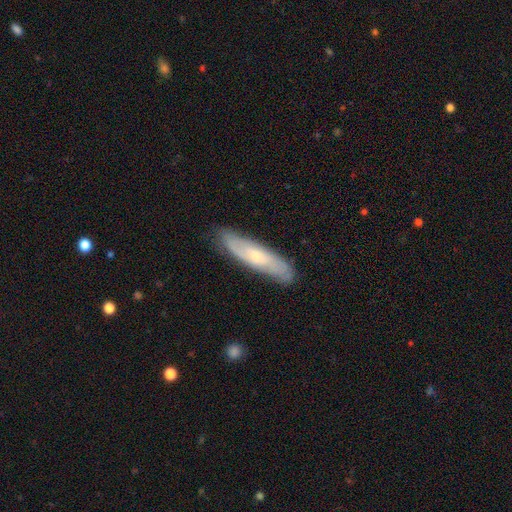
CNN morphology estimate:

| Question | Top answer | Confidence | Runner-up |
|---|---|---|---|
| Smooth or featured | featured or disk | 54% | smooth (40%) |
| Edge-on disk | no | 62% | yes (38%) |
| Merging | none | 82% | minor disturbance (14%) |